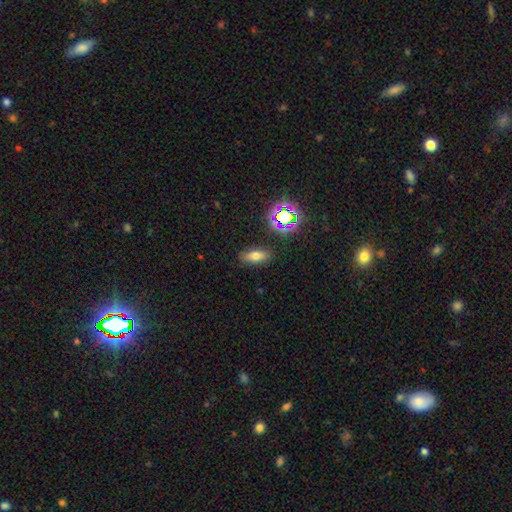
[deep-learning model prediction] A smooth galaxy with no disk features (67%) that is in between round and cigar-shaped (78%).

Vote fractions:
- Smooth or featured? smooth: 67% / star or artifact: 18% / featured or disk: 14%
- How rounded? in between: 78% / cigar-shaped: 15% / round: 7%
- Merging? none: 86% / minor disturbance: 9% / major disturbance: 3% / merger: 2%